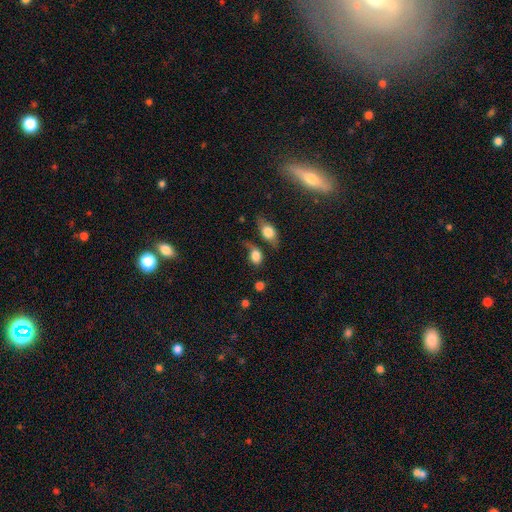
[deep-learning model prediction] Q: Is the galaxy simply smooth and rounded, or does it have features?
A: smooth — 79%.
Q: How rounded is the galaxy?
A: in between — 65%.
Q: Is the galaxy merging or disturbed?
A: none — 44%.